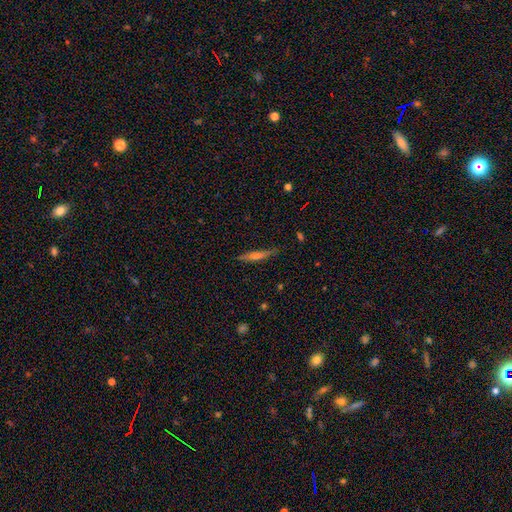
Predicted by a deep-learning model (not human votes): The model was most divided on "smooth or featured": featured or disk: 51%, smooth: 40%, star or artifact: 8%. More confident: edge-on disk — yes (95%); merging — none (83%).